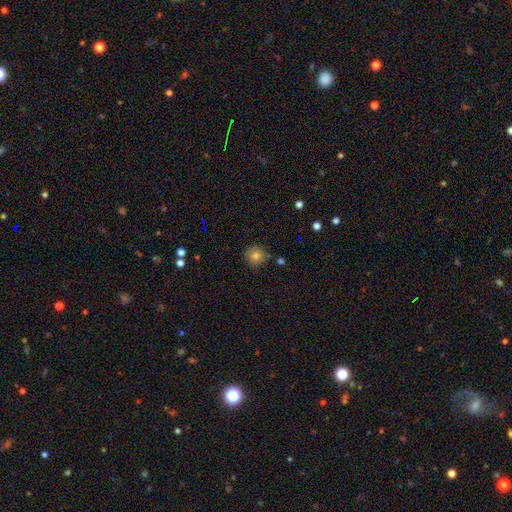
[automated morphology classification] Smooth or featured? smooth (81%)
How rounded? round (92%)
Merging? none (82%)